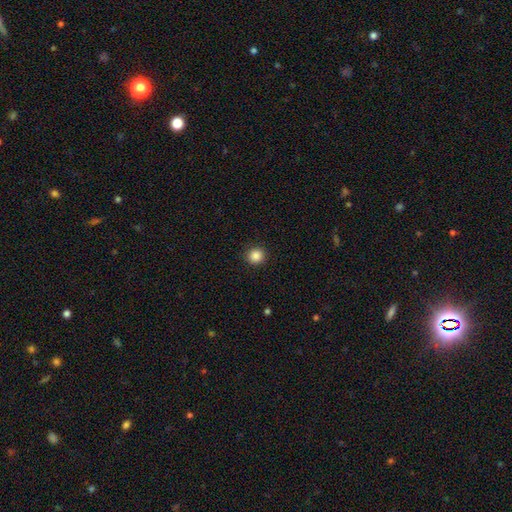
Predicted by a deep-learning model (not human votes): Smooth or featured?
  - smooth: 87% *
  - star or artifact: 10%
  - featured or disk: 3%
How rounded?
  - round: 93% *
  - in between: 6%
  - cigar-shaped: 1%
Merging?
  - none: 91% *
  - minor disturbance: 6%
  - major disturbance: 2%
  - merger: 1%